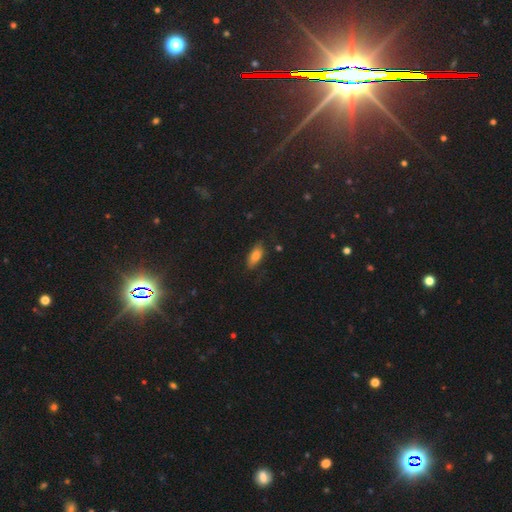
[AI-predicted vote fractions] Morphology: type=smooth (76%); roundness=in between (82%); merging=none (79%).